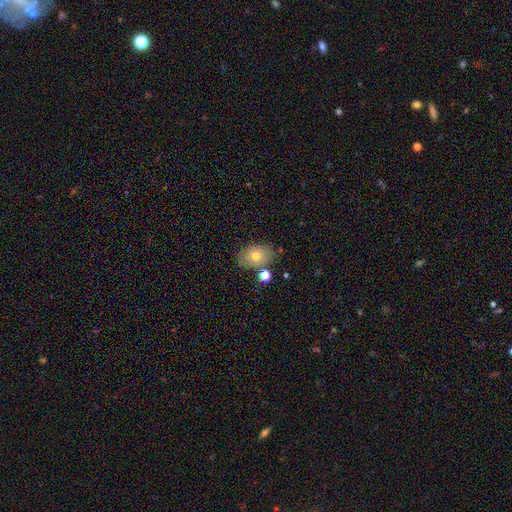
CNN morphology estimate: A smooth galaxy with no disk features (71%) that is in between round and cigar-shaped (81%). Merging: none (72%).